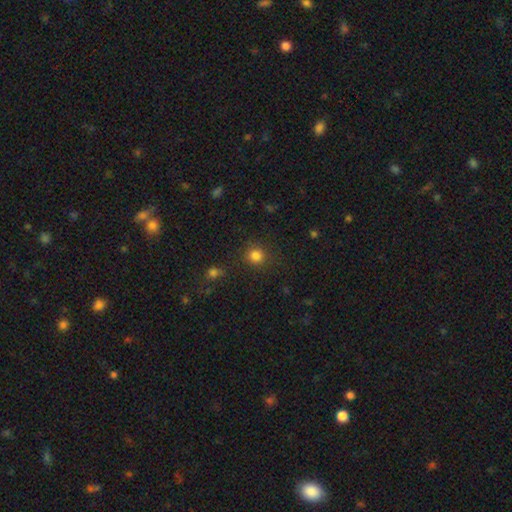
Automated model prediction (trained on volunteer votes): Smooth or featured? Predicted: smooth (p=0.82). How rounded? Predicted: round (p=0.91). Merging? Predicted: none (p=0.85).